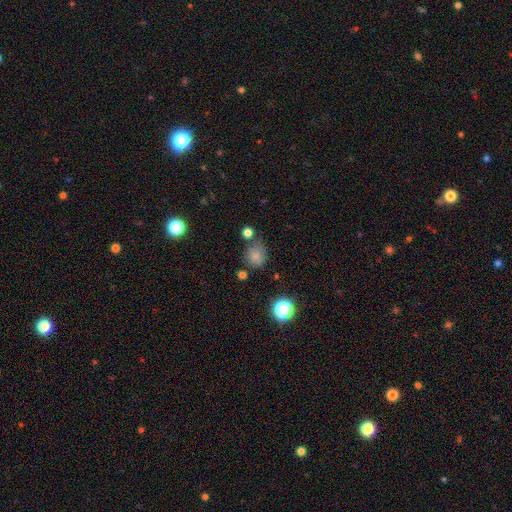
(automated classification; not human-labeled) This is likely a smooth galaxy (76%). How rounded: likely round (77%). Merging: likely none (66%).